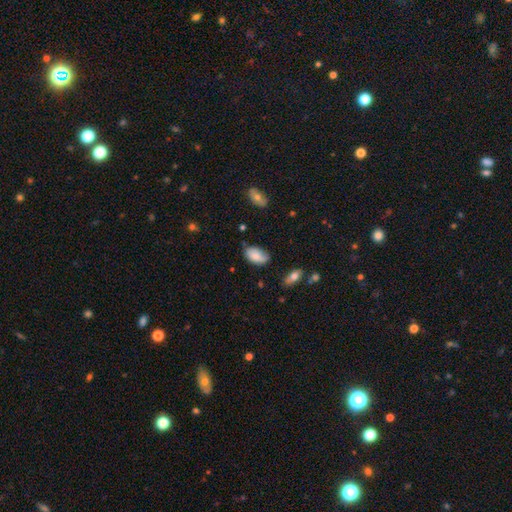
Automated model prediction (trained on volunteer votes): Smooth or featured: smooth — 80% (featured or disk — 13%)
How rounded: in between — 93% (round — 5%)
Merging: none — 59% (minor disturbance — 32%)